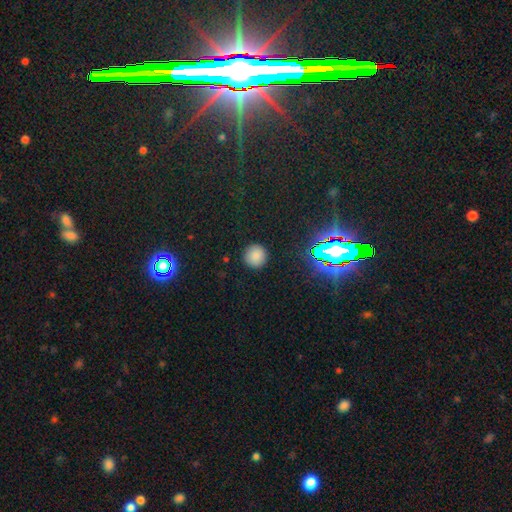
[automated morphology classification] Overall: smooth (81%). How rounded: round (95%). Merging: none (91%).